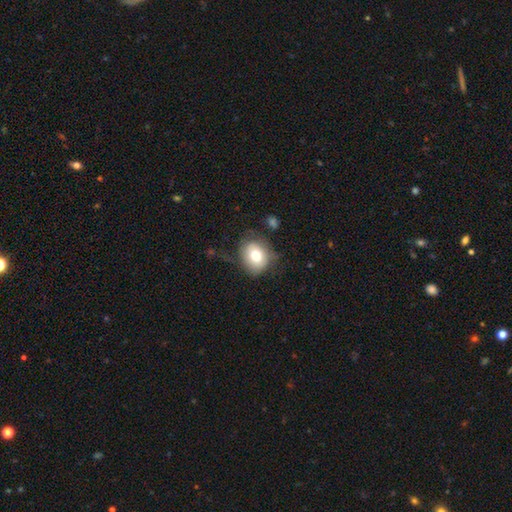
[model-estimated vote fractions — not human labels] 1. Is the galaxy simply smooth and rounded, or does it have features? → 76% smooth, 16% featured or disk, 8% star or artifact.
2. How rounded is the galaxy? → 55% round, 44% in between, 1% cigar-shaped.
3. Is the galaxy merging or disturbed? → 60% none, 25% minor disturbance, 12% major disturbance, 2% merger.